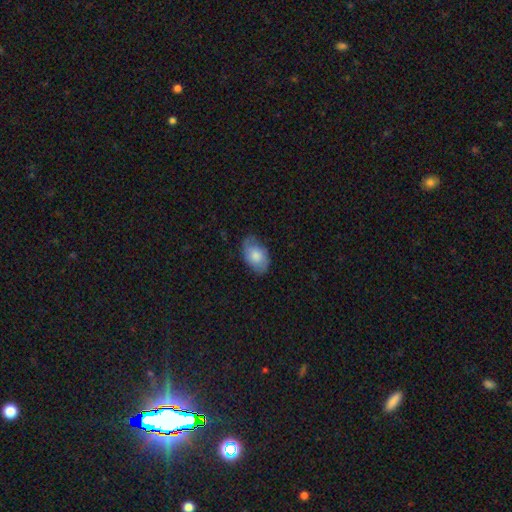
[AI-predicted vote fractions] This is likely a smooth galaxy (69%). How rounded: clearly in between (90%). Merging: likely none (68%).